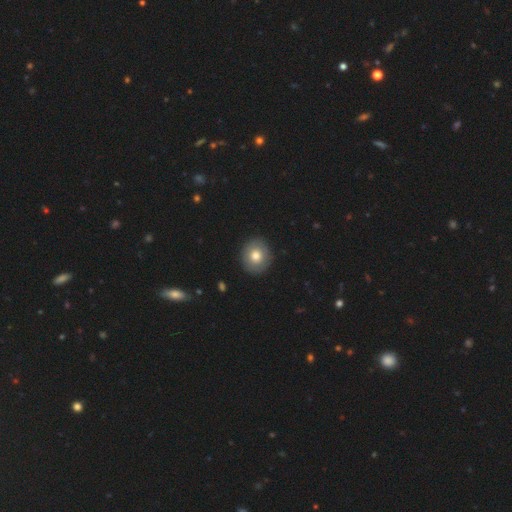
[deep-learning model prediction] smooth 74%, featured or disk 18%, star or artifact 8%. Down the decision tree: how rounded — round (82%); merging — none (90%).